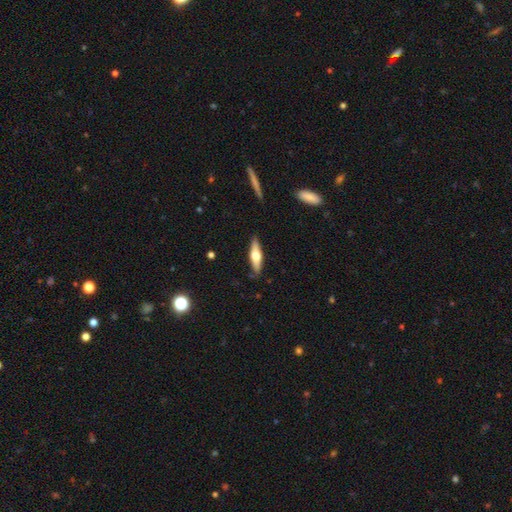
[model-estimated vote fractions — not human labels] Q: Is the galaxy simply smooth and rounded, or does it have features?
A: featured or disk — 52%.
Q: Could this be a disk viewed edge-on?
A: yes — 93%.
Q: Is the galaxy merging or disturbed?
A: none — 87%.